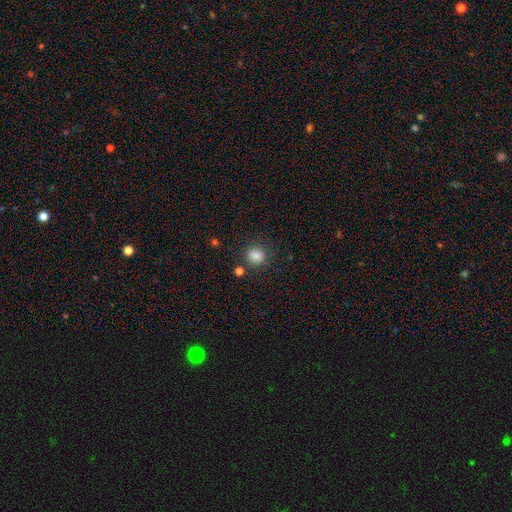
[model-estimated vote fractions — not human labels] smooth_or_featured: smooth (p=0.85) [alt: star or artifact p=0.11]
how_rounded: round (p=0.85) [alt: in between p=0.14]
merging: none (p=0.83) [alt: minor disturbance p=0.09]